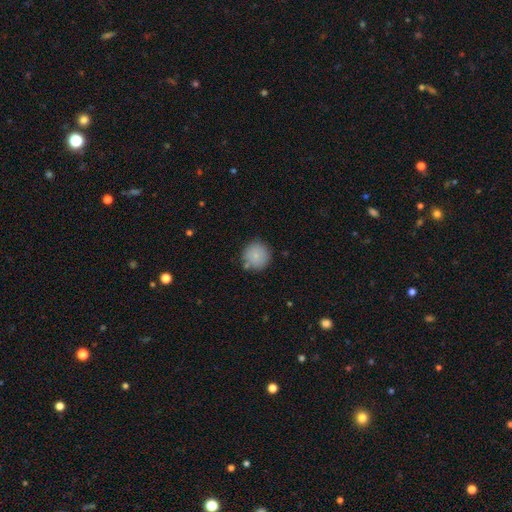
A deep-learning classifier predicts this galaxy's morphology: Smooth or featured? Predicted: smooth (p=0.83). How rounded? Predicted: round (p=0.94). Merging? Predicted: none (p=0.79).